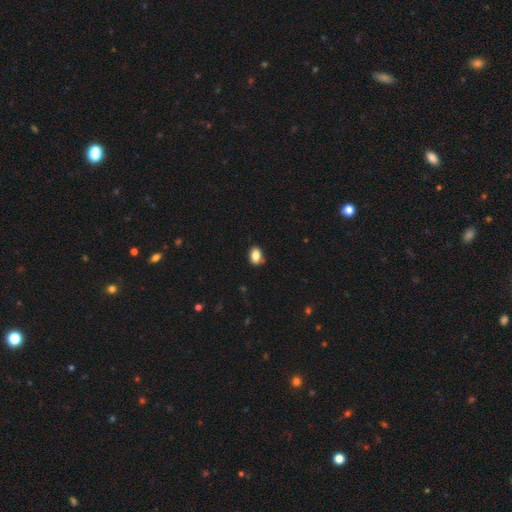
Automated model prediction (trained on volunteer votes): smooth_or_featured: smooth (p=0.84) [alt: star or artifact p=0.09]
how_rounded: in between (p=0.81) [alt: round p=0.17]
merging: none (p=0.81) [alt: minor disturbance p=0.14]